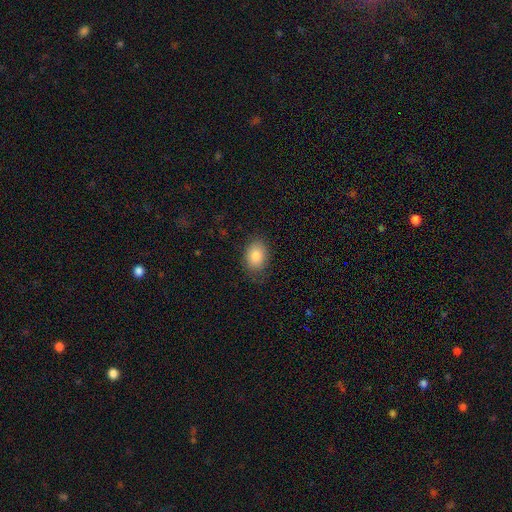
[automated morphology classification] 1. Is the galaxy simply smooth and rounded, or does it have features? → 84% smooth, 8% featured or disk, 8% star or artifact.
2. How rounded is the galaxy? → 74% in between, 25% round, 1% cigar-shaped.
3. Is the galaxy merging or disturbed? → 78% none, 16% minor disturbance, 4% major disturbance, 1% merger.